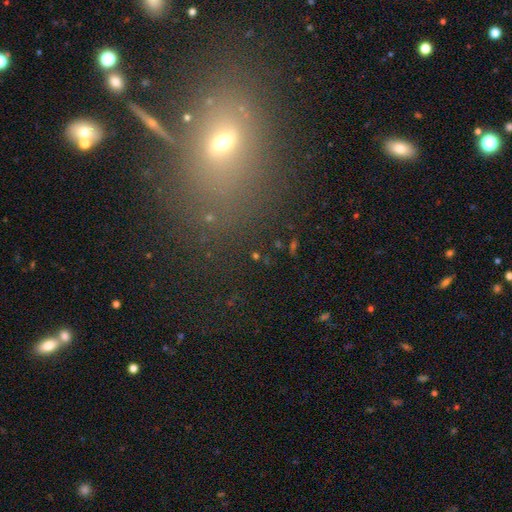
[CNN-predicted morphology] star or artifact 54%, smooth 32%, featured or disk 15%.